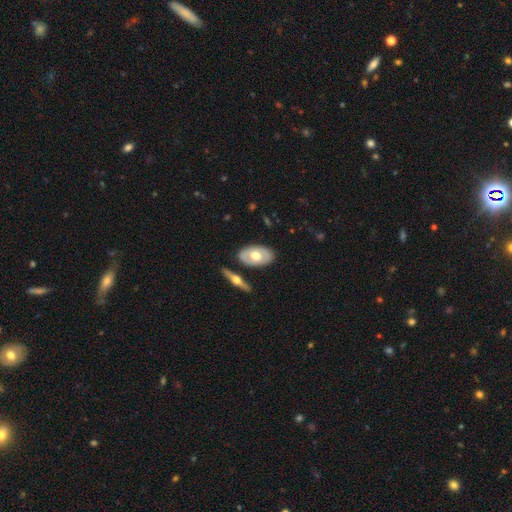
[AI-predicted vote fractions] smooth-or-featured: featured or disk: 49% | smooth: 46% | star or artifact: 5%
  merging: none: 78% | minor disturbance: 12% | merger: 7% | major disturbance: 3%